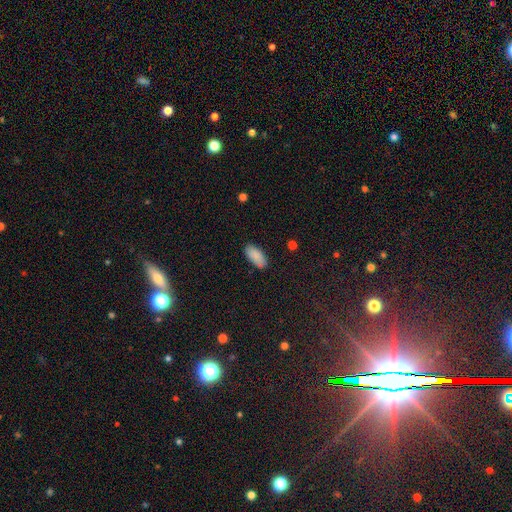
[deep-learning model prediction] This is clearly a smooth galaxy (89%). How rounded: clearly in between (91%). Merging: clearly none (85%).